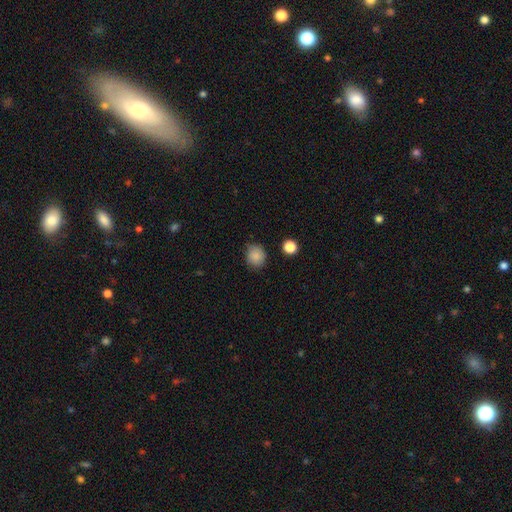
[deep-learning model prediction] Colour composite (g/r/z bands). It shows a smooth galaxy with no disk features (87%) that is round (79%). Merging: none (81%).